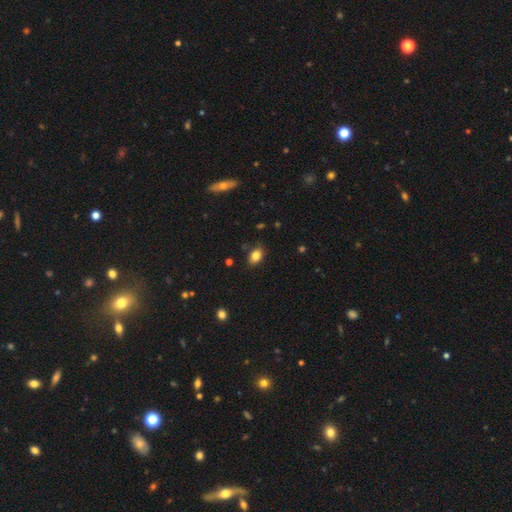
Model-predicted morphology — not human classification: Smooth or featured: smooth — 83% (star or artifact — 9%)
How rounded: in between — 83% (round — 16%)
Merging: none — 82% (minor disturbance — 14%)